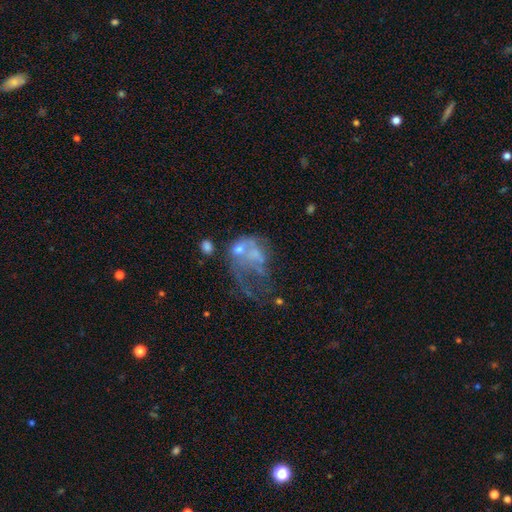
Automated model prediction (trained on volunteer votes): Q: Smooth or featured?
A: featured or disk (50%); runner-up: smooth (36%)
Q: Edge-on disk?
A: no (98%); runner-up: yes (2%)
Q: Merging?
A: major disturbance (52%); runner-up: merger (22%)